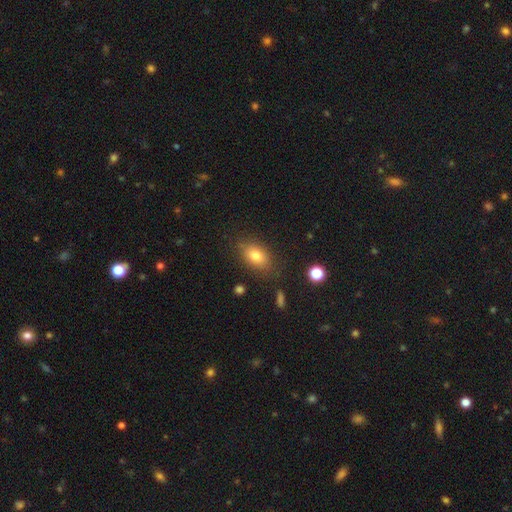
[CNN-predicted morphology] Smooth or featured?
  - smooth: 79% *
  - featured or disk: 11%
  - star or artifact: 10%
How rounded?
  - in between: 83% *
  - round: 14%
  - cigar-shaped: 3%
Merging?
  - none: 81% *
  - minor disturbance: 13%
  - major disturbance: 4%
  - merger: 2%